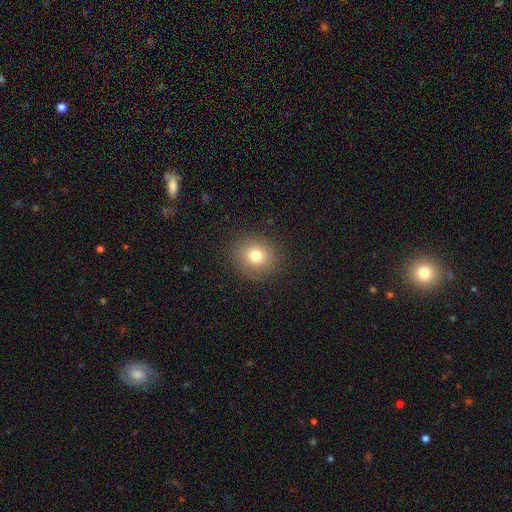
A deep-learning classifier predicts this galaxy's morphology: A smooth galaxy with no disk features (77%) that is round (81%). Merging: none (88%).